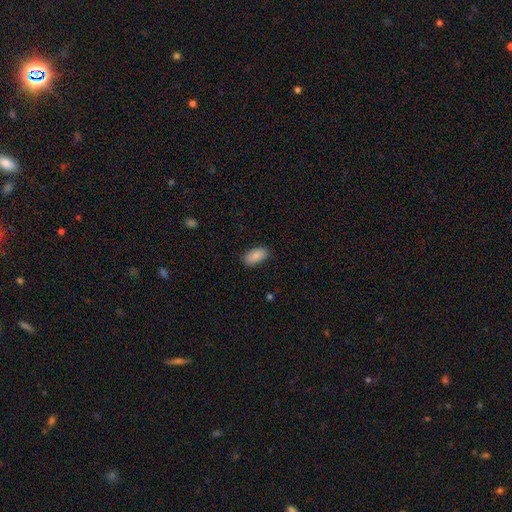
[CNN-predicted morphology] Smooth or featured? Predicted: smooth (p=0.85). How rounded? Predicted: in between (p=0.94). Merging? Predicted: none (p=0.86).